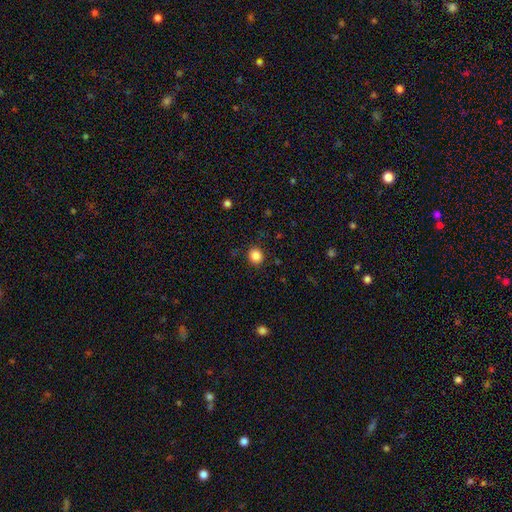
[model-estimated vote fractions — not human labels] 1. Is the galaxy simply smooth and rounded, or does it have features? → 86% smooth, 11% star or artifact, 4% featured or disk.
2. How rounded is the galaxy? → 84% round, 15% in between, 1% cigar-shaped.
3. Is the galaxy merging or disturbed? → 89% none, 7% minor disturbance, 2% major disturbance, 1% merger.